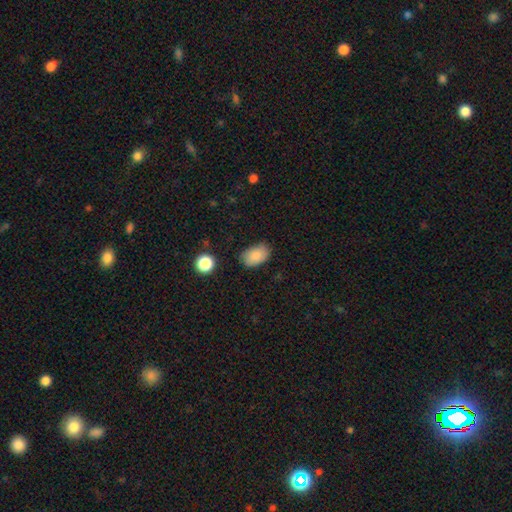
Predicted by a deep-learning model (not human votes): A smooth galaxy with no disk features (86%) that is in between round and cigar-shaped (88%).

Vote fractions:
- Smooth or featured? smooth: 86% / star or artifact: 8% / featured or disk: 6%
- How rounded? in between: 88% / round: 11% / cigar-shaped: 1%
- Merging? none: 76% / minor disturbance: 18% / major disturbance: 4% / merger: 2%